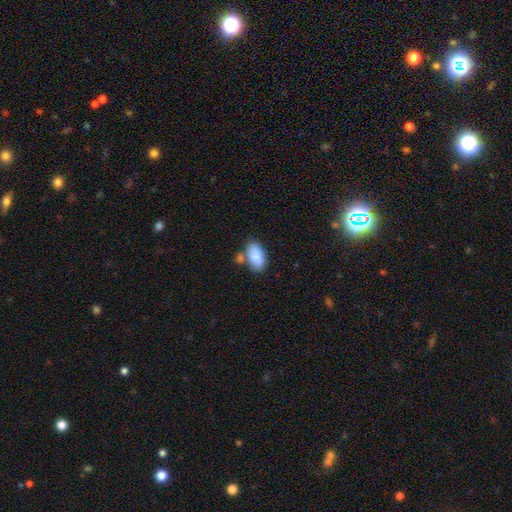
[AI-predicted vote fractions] Smooth or featured? smooth (86%)
How rounded? in between (94%)
Merging? none (57%)